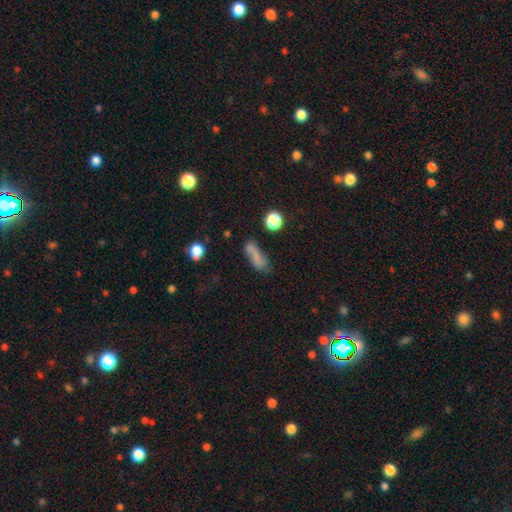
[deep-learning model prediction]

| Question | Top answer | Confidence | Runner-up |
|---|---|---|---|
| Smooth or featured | smooth | 67% | featured or disk (19%) |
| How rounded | in between | 57% | cigar-shaped (36%) |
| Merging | none | 51% | minor disturbance (24%) |